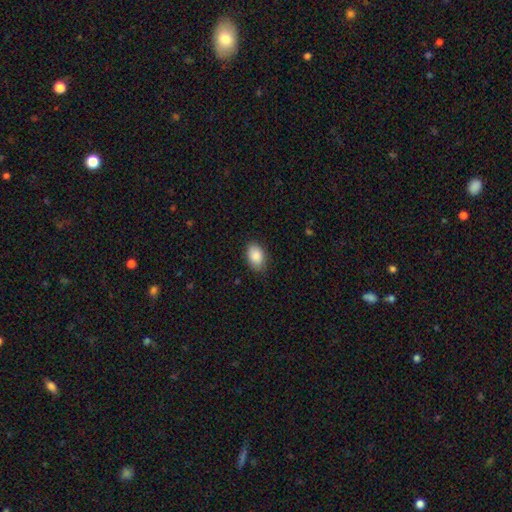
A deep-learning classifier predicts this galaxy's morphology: Smooth or featured?
  - smooth: 89% *
  - star or artifact: 7%
  - featured or disk: 4%
How rounded?
  - in between: 87% *
  - round: 11%
  - cigar-shaped: 1%
Merging?
  - none: 82% *
  - minor disturbance: 14%
  - major disturbance: 3%
  - merger: 1%